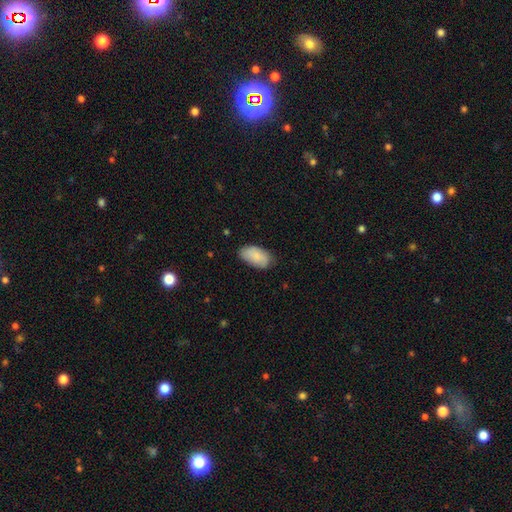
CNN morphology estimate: smooth 83%, featured or disk 11%, star or artifact 6%. Down the decision tree: how rounded — in between (95%); merging — none (74%).